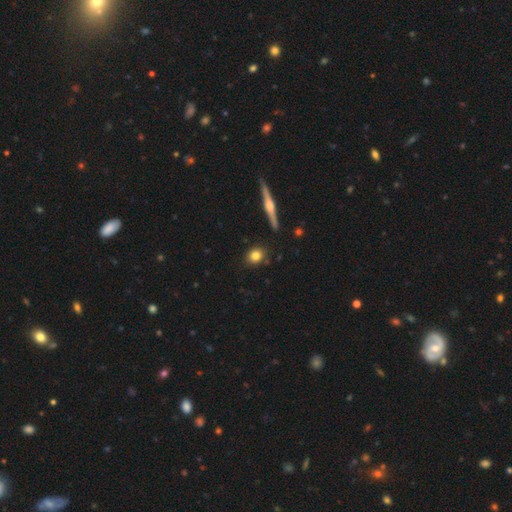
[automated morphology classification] Smooth or featured?
  - smooth: 79% *
  - featured or disk: 13%
  - star or artifact: 8%
How rounded?
  - round: 67% *
  - in between: 29%
  - cigar-shaped: 4%
Merging?
  - none: 87% *
  - minor disturbance: 9%
  - merger: 2%
  - major disturbance: 2%